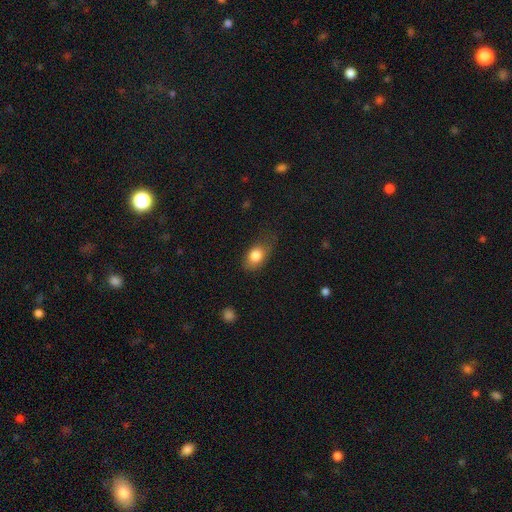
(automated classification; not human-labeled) Overall: smooth (81%). How rounded: in between (79%). Merging: none (62%; minor disturbance 27%).